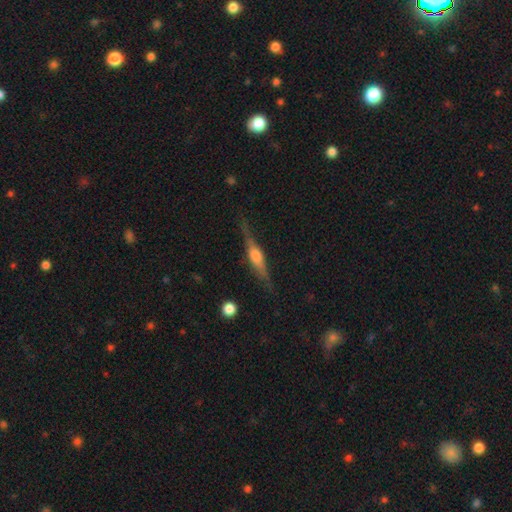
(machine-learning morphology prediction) This is likely a featured or disk galaxy (72%). It is clearly viewed edge-on (97%). Edge-on bulge: clearly rounded (85%). Merging: clearly none (82%).